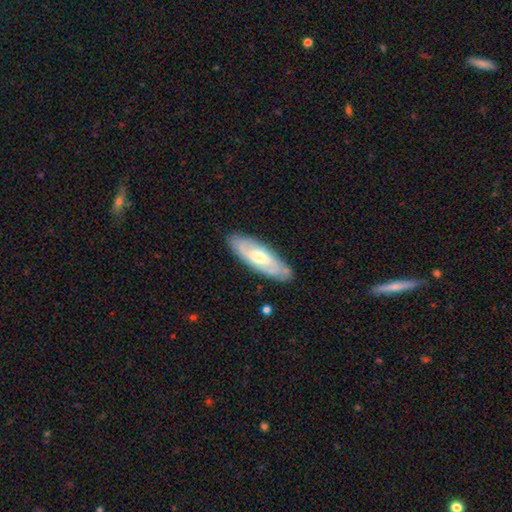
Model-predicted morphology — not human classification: Smooth or featured: featured or disk — 58% (smooth — 36%)
Edge-on disk: no — 75% (yes — 25%)
Merging: none — 84% (minor disturbance — 12%)